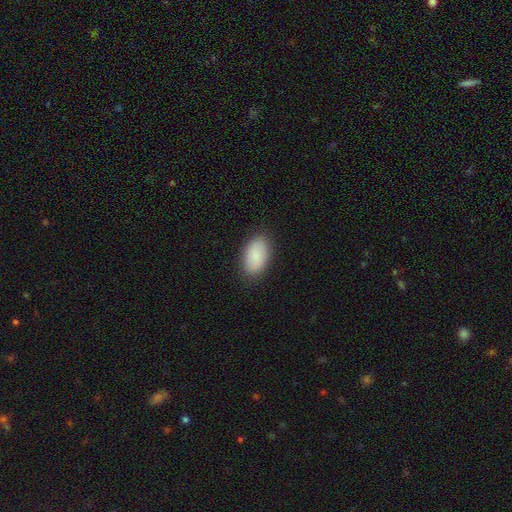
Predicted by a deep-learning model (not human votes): Smooth or featured? smooth (88%)
How rounded? in between (93%)
Merging? none (86%)